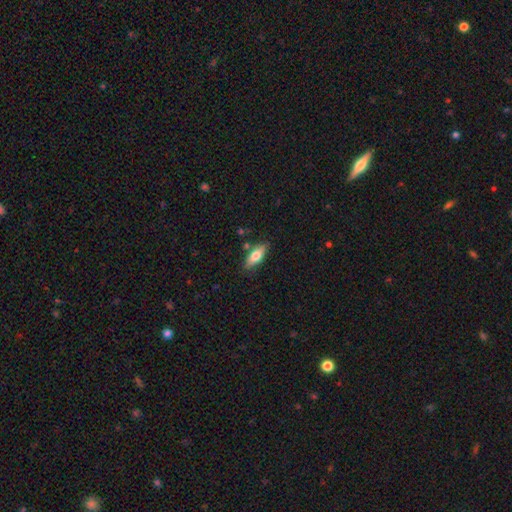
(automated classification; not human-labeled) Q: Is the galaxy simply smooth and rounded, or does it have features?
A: smooth — 69%.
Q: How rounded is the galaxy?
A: in between — 70%.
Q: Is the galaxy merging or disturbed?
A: none — 80%.